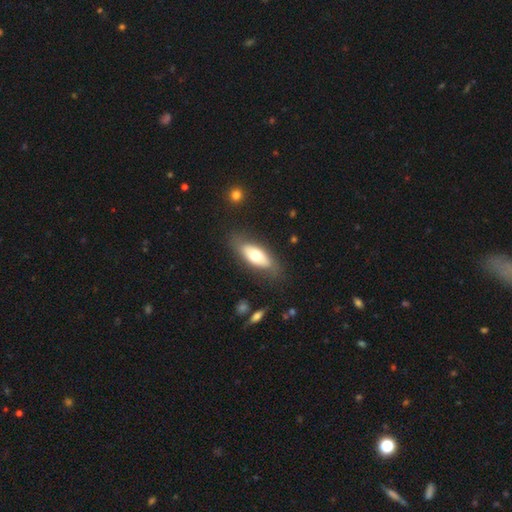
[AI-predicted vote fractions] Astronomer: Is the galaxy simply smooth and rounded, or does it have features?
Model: smooth — 61%.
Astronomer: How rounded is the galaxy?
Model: in between — 78%.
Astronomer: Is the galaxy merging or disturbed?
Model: none — 78%.